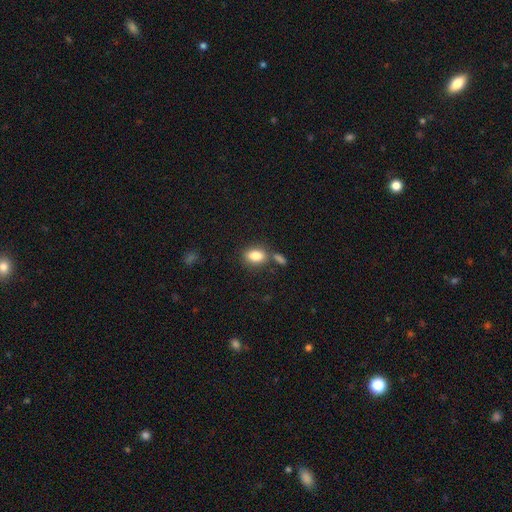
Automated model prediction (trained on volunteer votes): This appears to be a smooth galaxy with no disk features (85%) that is in between round and cigar-shaped (83%). Merging: none (65%).